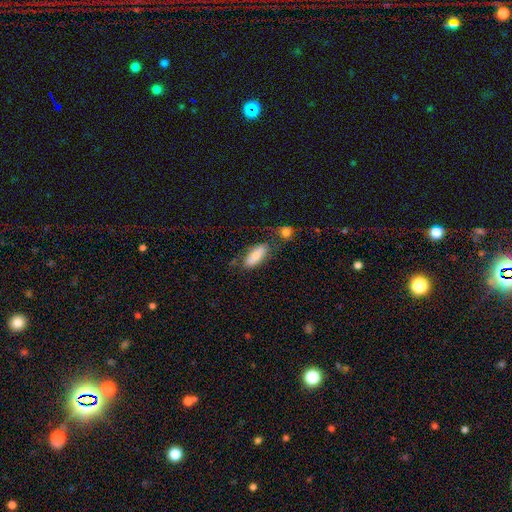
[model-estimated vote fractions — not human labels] Smooth or featured? Predicted: smooth (p=0.76). How rounded? Predicted: in between (p=0.81). Merging? Predicted: none (p=0.61).